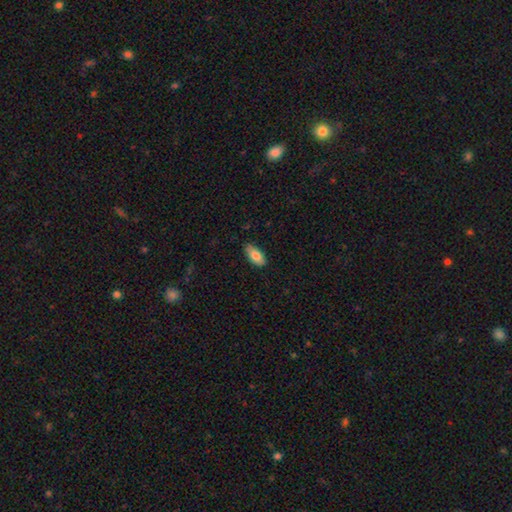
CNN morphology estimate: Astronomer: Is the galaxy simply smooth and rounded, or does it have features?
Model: smooth — 82%.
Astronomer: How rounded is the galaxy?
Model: in between — 89%.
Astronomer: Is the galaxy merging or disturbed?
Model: none — 82%.